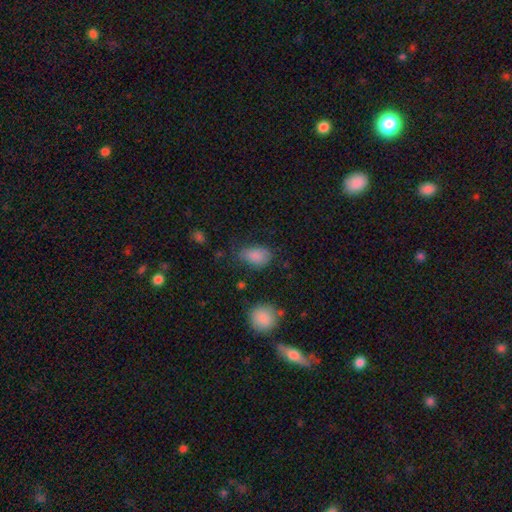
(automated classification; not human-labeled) Smooth or featured? smooth (84%)
How rounded? in between (86%)
Merging? none (53%)